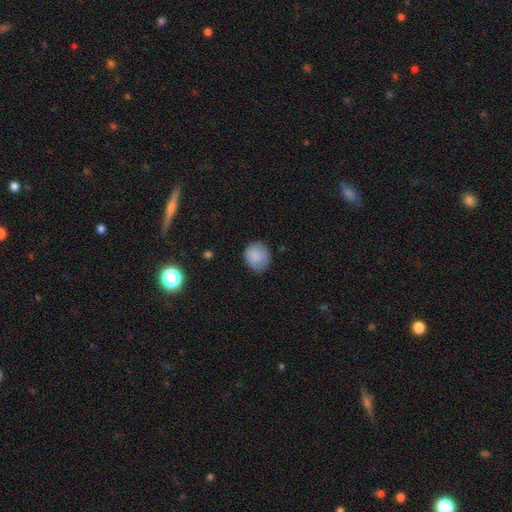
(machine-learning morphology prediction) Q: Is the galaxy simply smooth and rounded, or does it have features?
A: smooth — 86%.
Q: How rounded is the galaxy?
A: round — 70%.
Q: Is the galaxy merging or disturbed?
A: none — 78%.